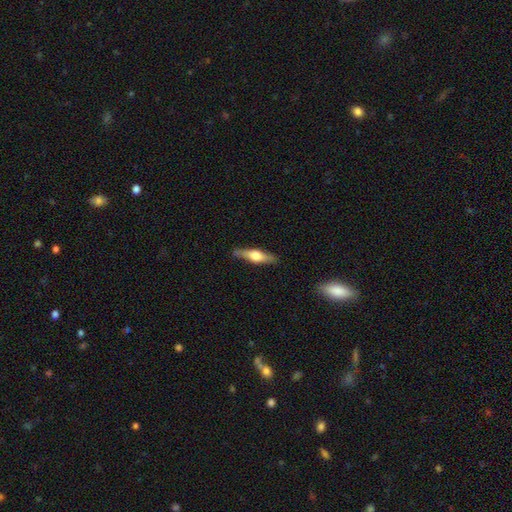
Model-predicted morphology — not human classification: A smooth galaxy with no disk features (47%, tied with featured or disk).

Vote fractions:
- Smooth or featured? smooth: 47% (tied) / featured or disk: 47% (tied) / star or artifact: 6%
- Merging? none: 80% / minor disturbance: 14% / merger: 3% / major disturbance: 3%